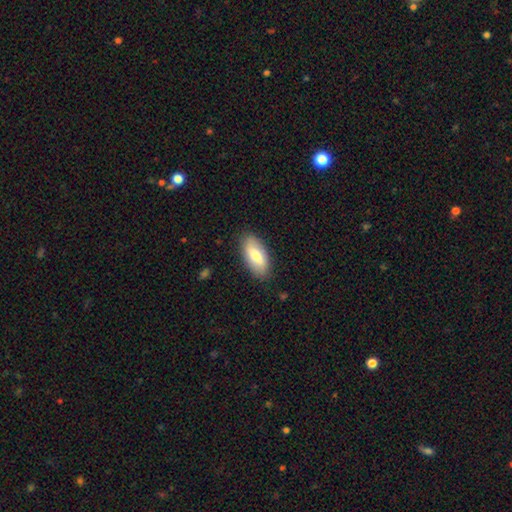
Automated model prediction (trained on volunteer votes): The model was most divided on "smooth or featured": smooth: 71%, featured or disk: 23%, star or artifact: 6%. More confident: how rounded — in between (89%); merging — none (86%).